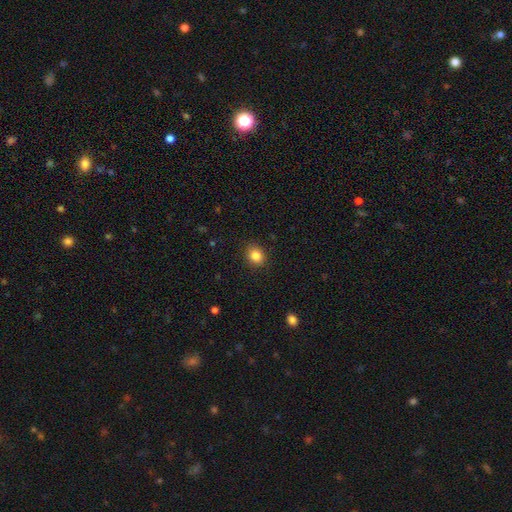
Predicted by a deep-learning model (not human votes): Smooth or featured? smooth (84%)
How rounded? round (63%)
Merging? none (89%)